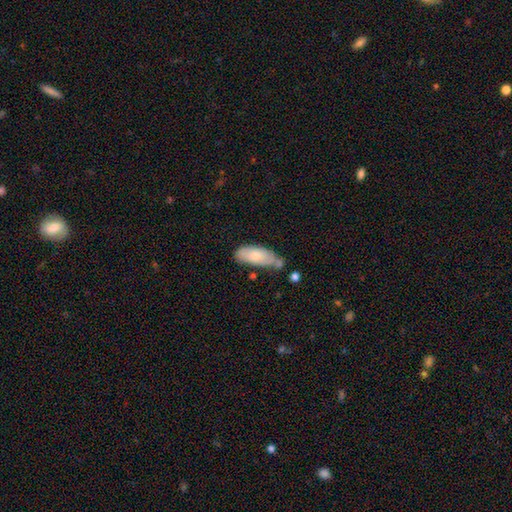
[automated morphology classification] Smooth or featured? Predicted: smooth (p=0.72). How rounded? Predicted: in between (p=0.81). Merging? Predicted: none (p=0.46).